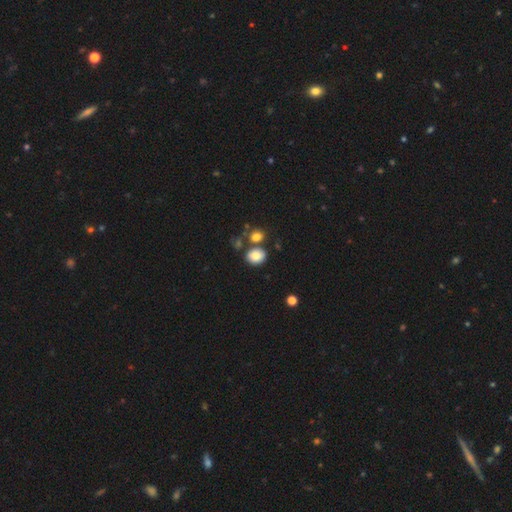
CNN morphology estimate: Smooth or featured? Predicted: smooth (p=0.82). How rounded? Predicted: round (p=0.57). Merging? Predicted: none (p=0.66).